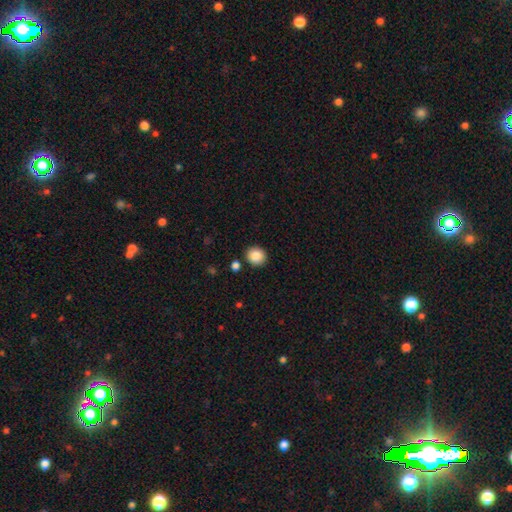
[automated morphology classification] Smooth or featured? Predicted: smooth (p=0.86). How rounded? Predicted: round (p=0.85). Merging? Predicted: none (p=0.89).